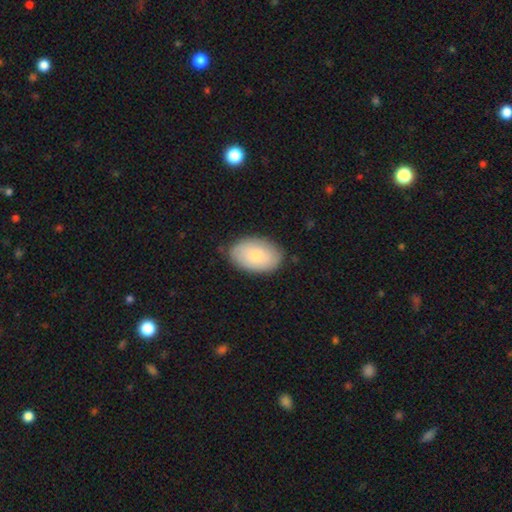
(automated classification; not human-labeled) smooth-or-featured: smooth: 79% | featured or disk: 15% | star or artifact: 6%
  how-rounded: in between: 91% | round: 8% | cigar-shaped: 1%
  merging: none: 83% | minor disturbance: 14% | major disturbance: 3% | merger: 1%